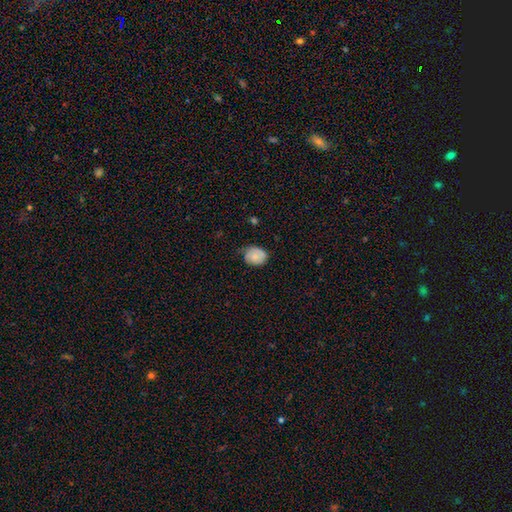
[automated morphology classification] Smooth or featured: smooth — 74% (featured or disk — 19%)
How rounded: in between — 52% (round — 47%)
Merging: none — 56% (minor disturbance — 35%)